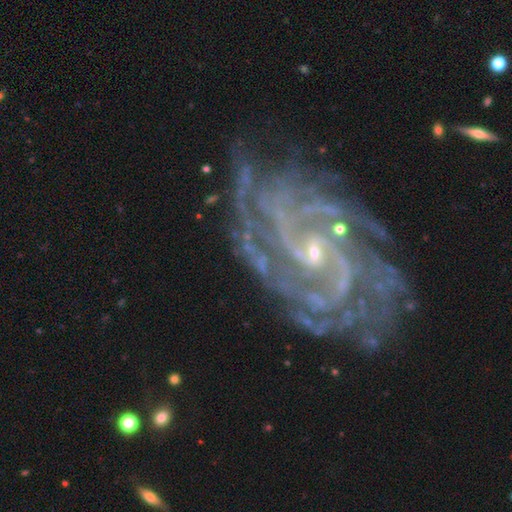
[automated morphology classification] The model was most divided on "bar": no: 42%, weak: 41%, strong: 17%. Remaining: spiral arms — yes (99%); edge-on disk — no (98%); smooth or featured — featured or disk (93%); bulge size — small (82%); merging — none (71%); spiral winding — tight (57%); spiral arm count — 2 (24%).